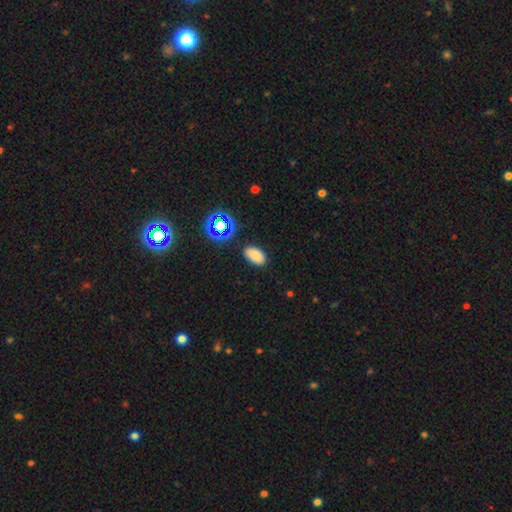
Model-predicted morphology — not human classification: Smooth or featured? Predicted: smooth (p=0.79). How rounded? Predicted: in between (p=0.92). Merging? Predicted: none (p=0.85).